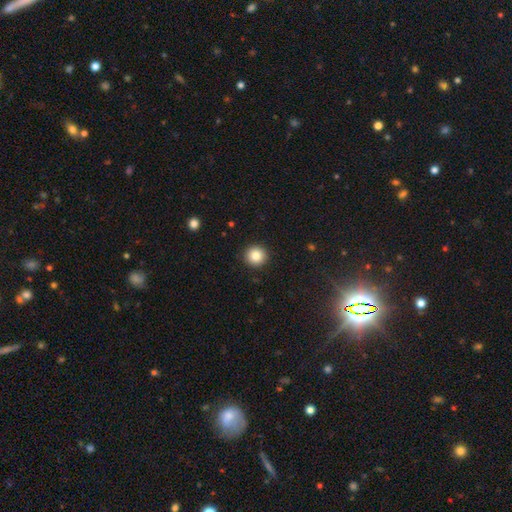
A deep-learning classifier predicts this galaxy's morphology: Q: Smooth or featured?
A: smooth (84%); runner-up: star or artifact (10%)
Q: How rounded?
A: round (94%); runner-up: in between (5%)
Q: Merging?
A: none (92%); runner-up: minor disturbance (5%)